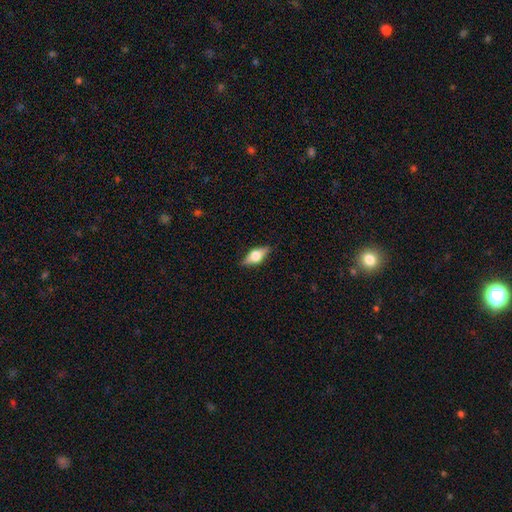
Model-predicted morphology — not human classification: Overall: featured or disk (52%; smooth 40%). Edge-on disk: yes (93%). Merging: none (86%).